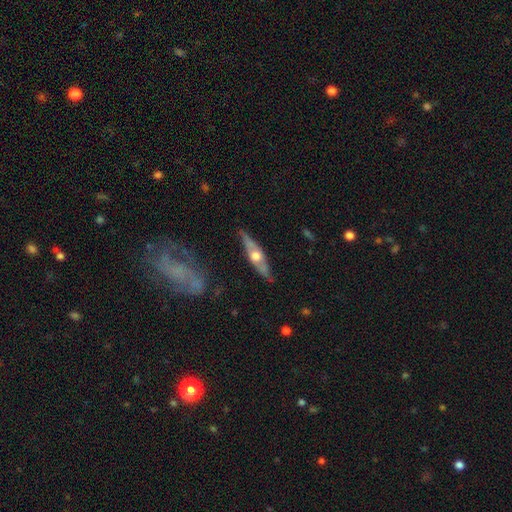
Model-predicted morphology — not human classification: This appears to be a featured or disk galaxy (67%) viewed edge-on (84%) with a rounded central bulge (92%). Merging: none (78%).